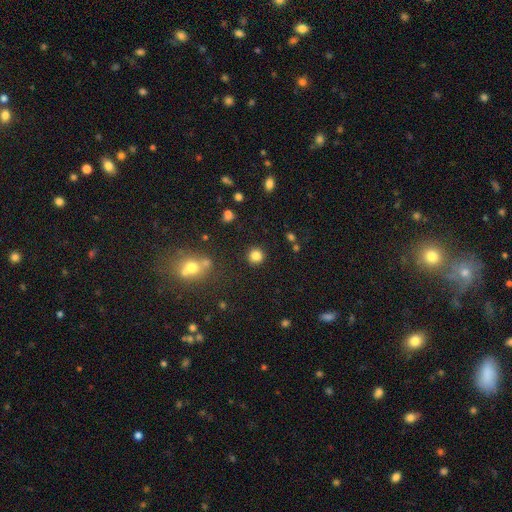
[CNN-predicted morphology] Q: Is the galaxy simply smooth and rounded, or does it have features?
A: smooth — 83%.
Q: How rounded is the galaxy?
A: round — 91%.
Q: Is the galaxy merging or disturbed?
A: none — 88%.